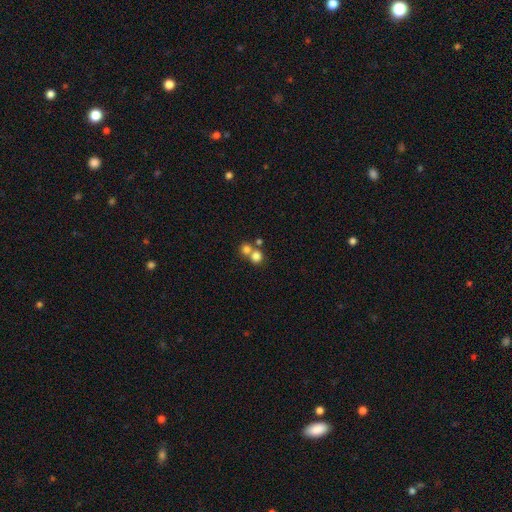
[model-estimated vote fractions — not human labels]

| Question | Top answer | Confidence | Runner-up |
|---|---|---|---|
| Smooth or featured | smooth | 78% | star or artifact (12%) |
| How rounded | round | 86% | in between (13%) |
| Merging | merger | 48% | none (44%) |